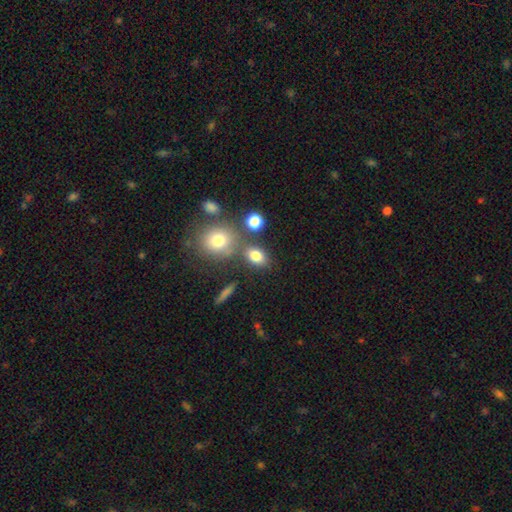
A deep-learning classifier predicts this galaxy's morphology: smooth-or-featured: smooth: 78% | star or artifact: 13% | featured or disk: 9%
  how-rounded: in between: 67% | round: 30% | cigar-shaped: 2%
  merging: none: 65% | merger: 18% | minor disturbance: 12% | major disturbance: 5%